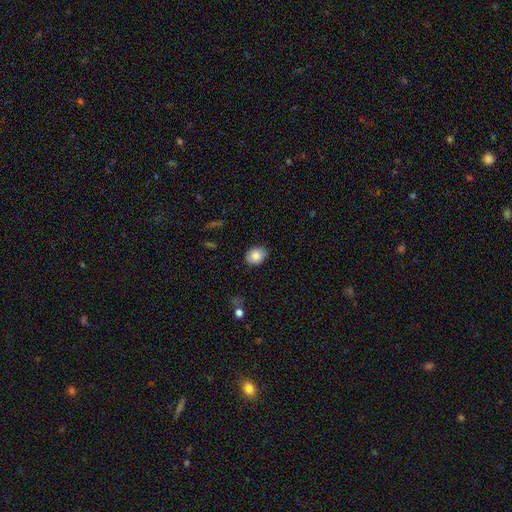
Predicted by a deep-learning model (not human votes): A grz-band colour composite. It shows a smooth galaxy with no disk features (85%) that is in between round and cigar-shaped (59%). Merging: none (84%).